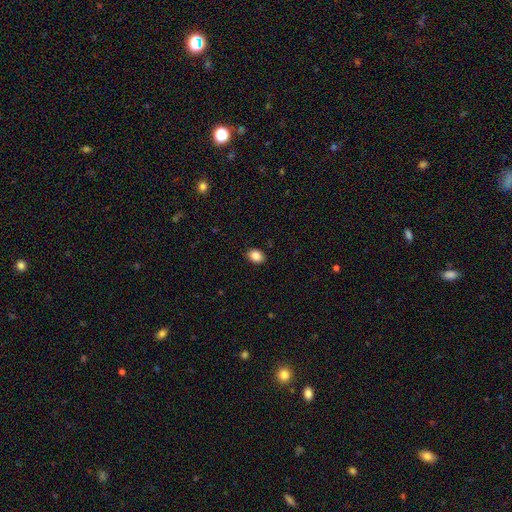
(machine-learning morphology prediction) Smooth or featured? Predicted: smooth (p=0.86). How rounded? Predicted: in between (p=0.71). Merging? Predicted: none (p=0.89).